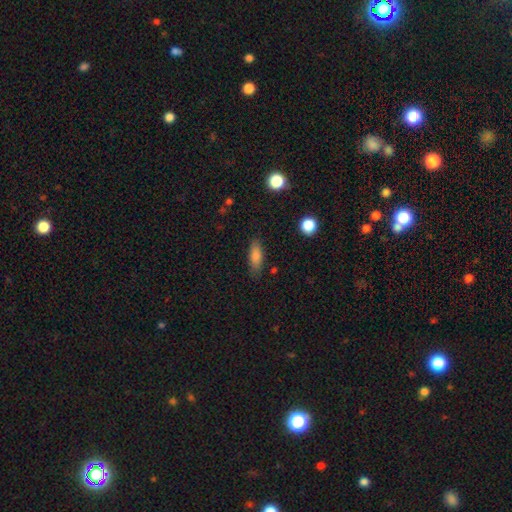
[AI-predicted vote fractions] Morphology: type=smooth (80%); roundness=in between (65%); merging=none (84%).